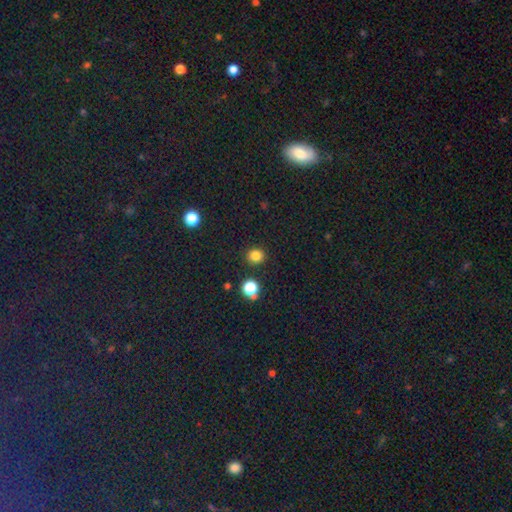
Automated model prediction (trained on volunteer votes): Q: Smooth or featured?
A: smooth (82%); runner-up: star or artifact (14%)
Q: How rounded?
A: round (87%); runner-up: in between (12%)
Q: Merging?
A: none (89%); runner-up: minor disturbance (6%)